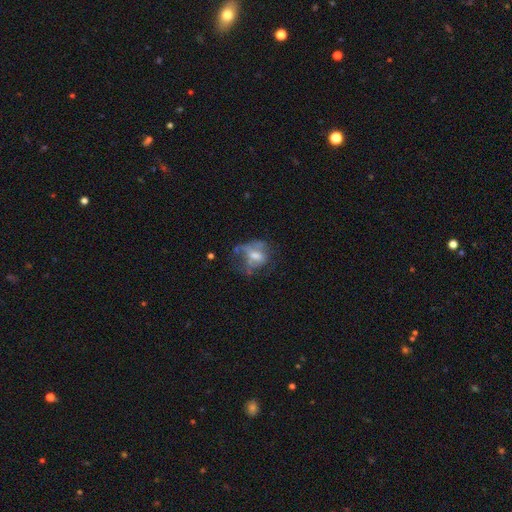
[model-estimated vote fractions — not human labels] Smooth or featured? featured or disk (52%)
Edge-on disk? no (95%)
Merging? major disturbance (38%)